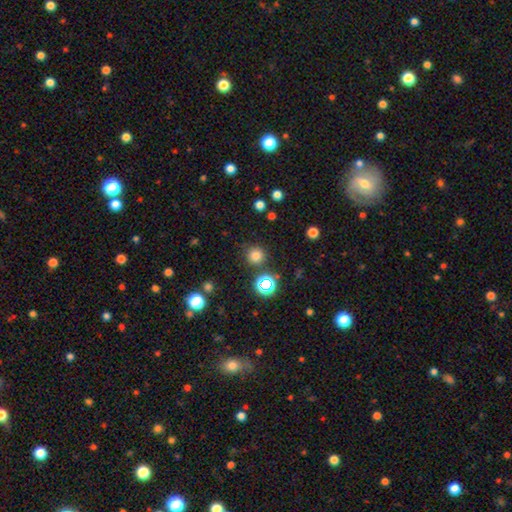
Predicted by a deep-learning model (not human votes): The model was most divided on "smooth or featured": smooth: 74%, star or artifact: 21%, featured or disk: 5%. More confident: how rounded — round (95%); merging — none (85%).